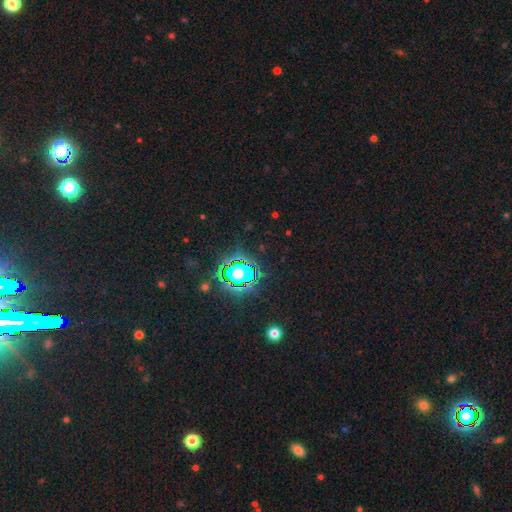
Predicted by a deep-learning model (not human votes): Morphology: type=star or artifact (84%).